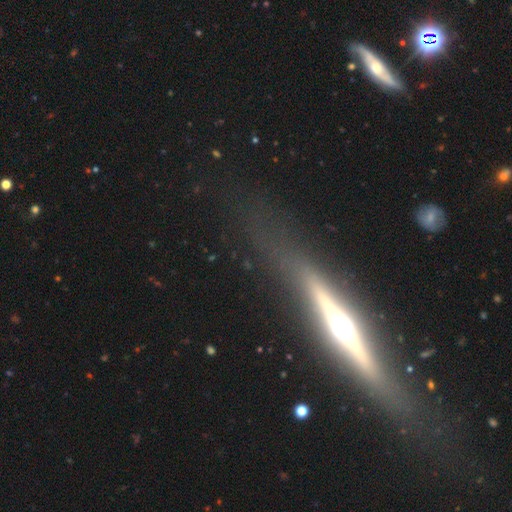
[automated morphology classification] Smooth or featured? featured or disk (79%)
Edge-on disk? yes (95%)
Edge-on bulge? rounded (89%)
Merging? none (76%)